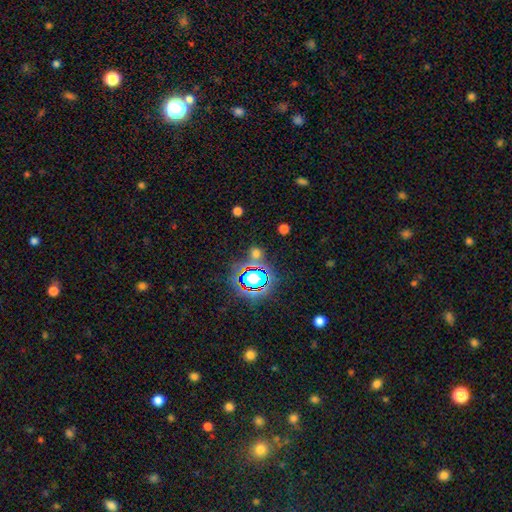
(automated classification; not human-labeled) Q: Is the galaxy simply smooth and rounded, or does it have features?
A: star or artifact — 71%.